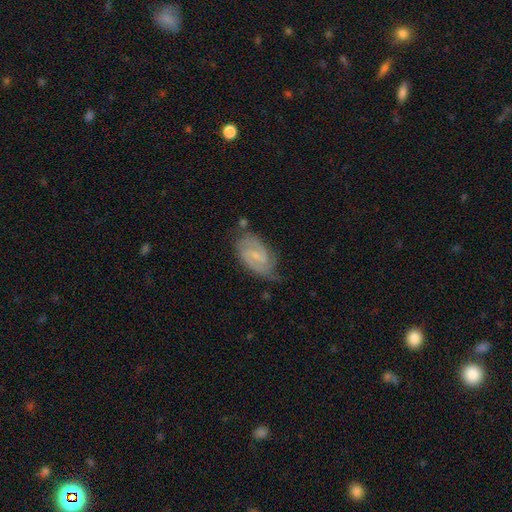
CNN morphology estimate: This appears to be a featured or disk galaxy (84%) with a weak bar (58%), 2 (83%) medium (46%) spiral arms (96%) and a small central bulge (67%). Merging: none (67%).